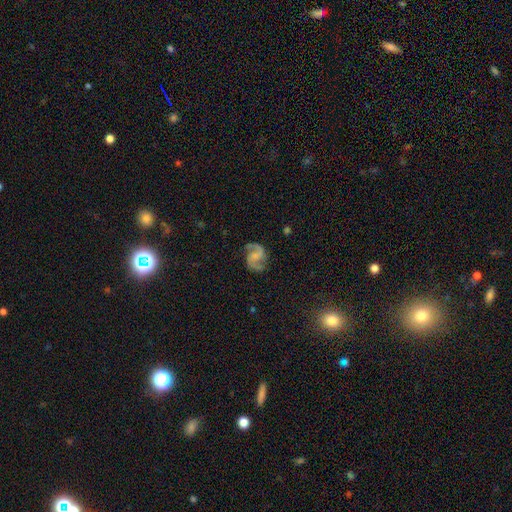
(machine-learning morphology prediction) featured or disk 87%, smooth 8%, star or artifact 6%. Down the decision tree: edge-on disk — no (98%); bar — no (51%); spiral arms — yes (97%); spiral arm count — 2 (93%); spiral winding — medium (53%); bulge size — none (45%); merging — none (77%).